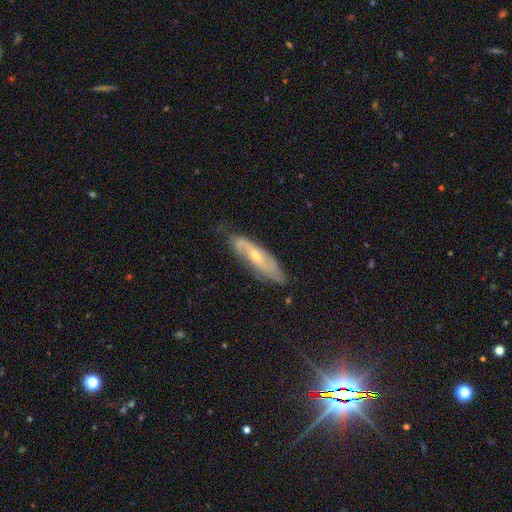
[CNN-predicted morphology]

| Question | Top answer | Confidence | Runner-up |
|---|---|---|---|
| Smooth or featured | featured or disk | 72% | smooth (21%) |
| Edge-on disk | no | 71% | yes (29%) |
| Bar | no | 50% | weak (36%) |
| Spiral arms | yes | 87% | no (13%) |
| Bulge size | small | 62% | moderate (35%) |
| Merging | none | 69% | minor disturbance (23%) |